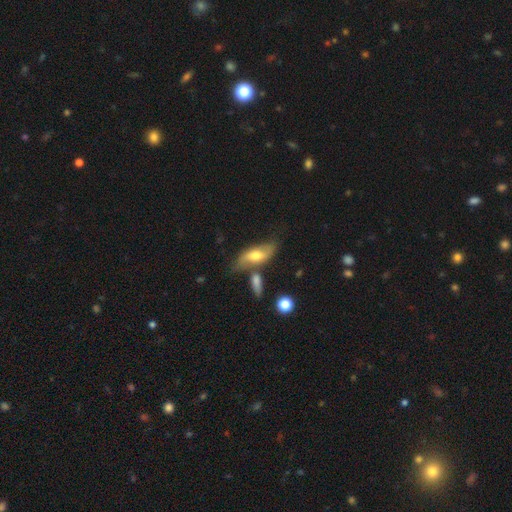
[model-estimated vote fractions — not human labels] The model was most divided on "smooth or featured": smooth: 48%, featured or disk: 46%, star or artifact: 7%. More confident: merging — none (56%).